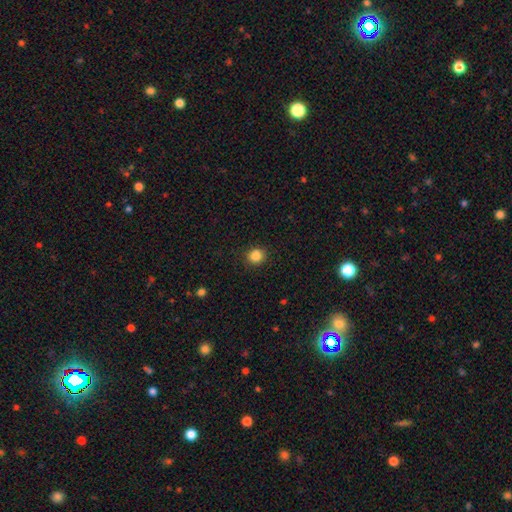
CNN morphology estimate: Q: Smooth or featured?
A: smooth (85%); runner-up: star or artifact (11%)
Q: How rounded?
A: round (87%); runner-up: in between (12%)
Q: Merging?
A: none (90%); runner-up: minor disturbance (7%)